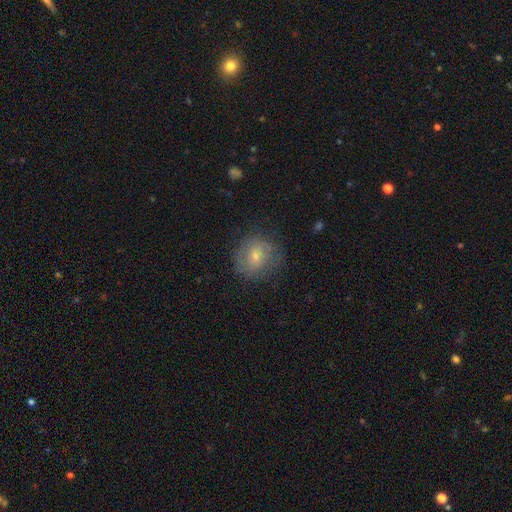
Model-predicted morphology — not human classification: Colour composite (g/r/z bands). It shows a smooth galaxy with no disk features (49%). Merging: none (74%).